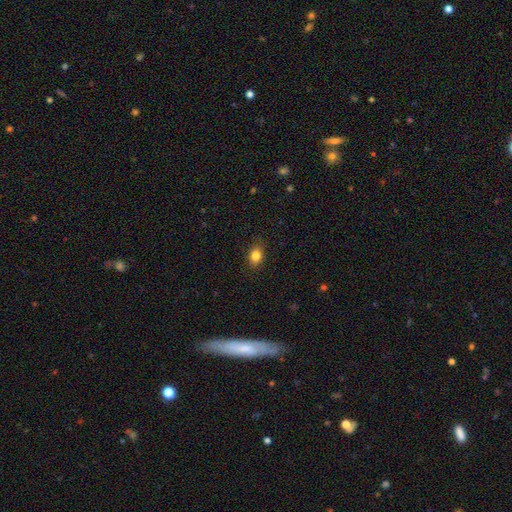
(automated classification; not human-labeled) The model was most divided on "how rounded": in between: 64%, round: 35%, cigar-shaped: 1%. More confident: merging — none (86%); smooth or featured — smooth (84%).